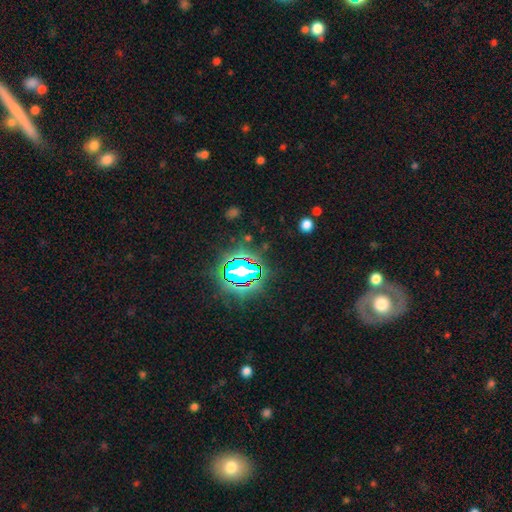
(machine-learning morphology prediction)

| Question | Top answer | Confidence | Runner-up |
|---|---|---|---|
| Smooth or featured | star or artifact | 68% | smooth (17%) |